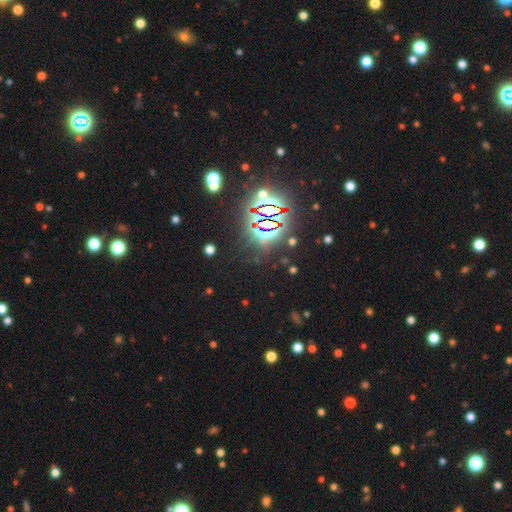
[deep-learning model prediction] A star or artifact, not a galaxy (83%).